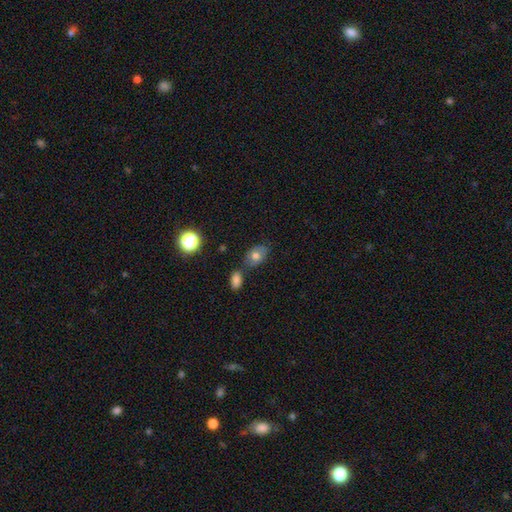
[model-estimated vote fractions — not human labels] The model was most divided on "merging": none: 65%, minor disturbance: 18%, merger: 13%, major disturbance: 4%. More confident: how rounded — in between (81%); smooth or featured — smooth (72%).